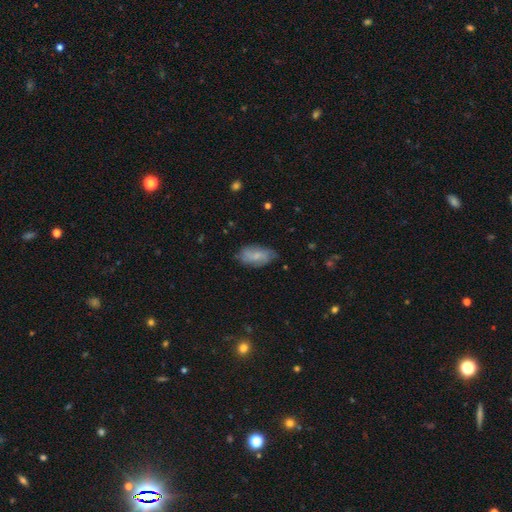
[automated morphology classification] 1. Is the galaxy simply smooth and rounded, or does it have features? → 62% smooth, 30% featured or disk, 7% star or artifact.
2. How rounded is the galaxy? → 91% in between, 6% cigar-shaped, 4% round.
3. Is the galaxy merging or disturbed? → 72% none, 22% minor disturbance, 5% major disturbance, 1% merger.